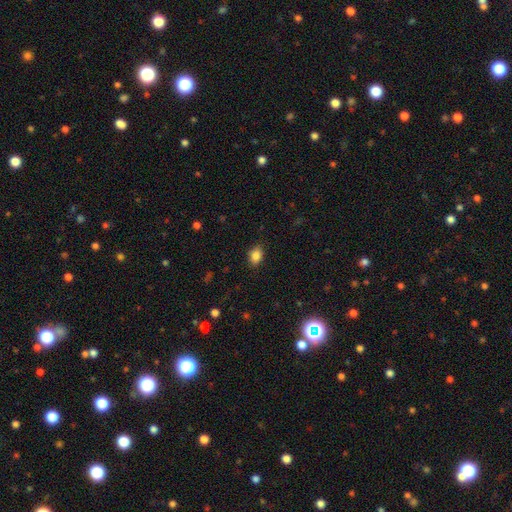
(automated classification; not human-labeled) Smooth or featured? Predicted: smooth (p=0.86). How rounded? Predicted: in between (p=0.76). Merging? Predicted: none (p=0.85).